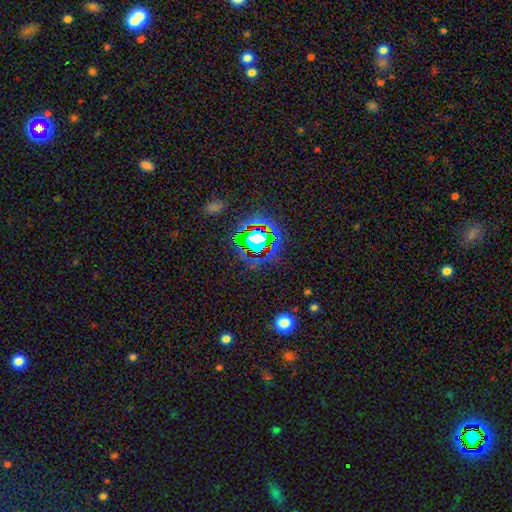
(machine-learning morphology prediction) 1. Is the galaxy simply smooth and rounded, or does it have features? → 78% star or artifact, 13% smooth, 9% featured or disk.